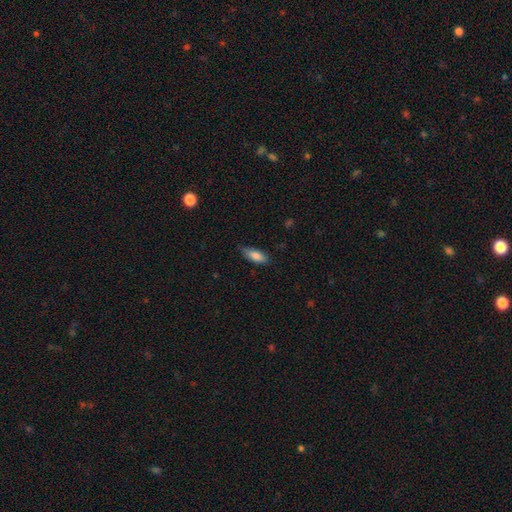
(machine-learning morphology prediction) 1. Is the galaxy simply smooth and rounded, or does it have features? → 83% smooth, 10% featured or disk, 7% star or artifact.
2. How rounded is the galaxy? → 72% in between, 26% cigar-shaped, 2% round.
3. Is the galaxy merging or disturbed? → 73% none, 22% minor disturbance, 3% major disturbance, 1% merger.